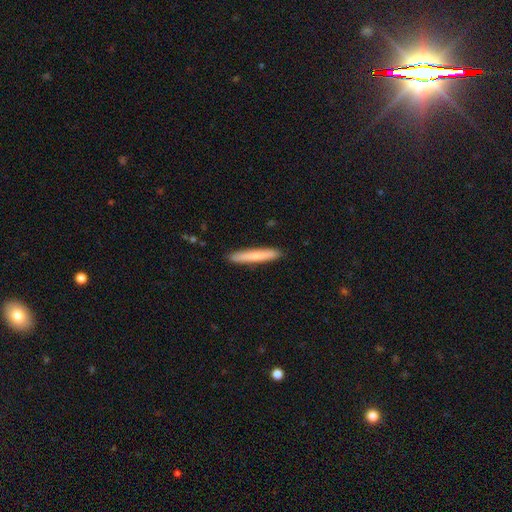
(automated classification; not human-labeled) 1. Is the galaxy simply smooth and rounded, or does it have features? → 75% smooth, 20% featured or disk, 5% star or artifact.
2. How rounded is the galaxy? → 95% cigar-shaped, 4% in between, 1% round.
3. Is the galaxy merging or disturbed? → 91% none, 7% minor disturbance, 1% major disturbance, 1% merger.